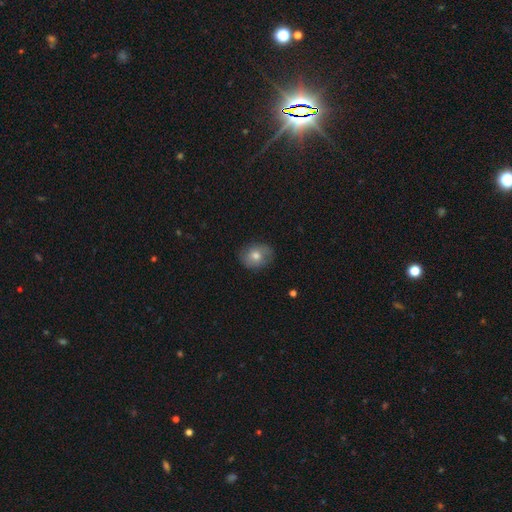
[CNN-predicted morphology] A smooth galaxy with no disk features (74%) that is round (54%). Merging: none (84%).